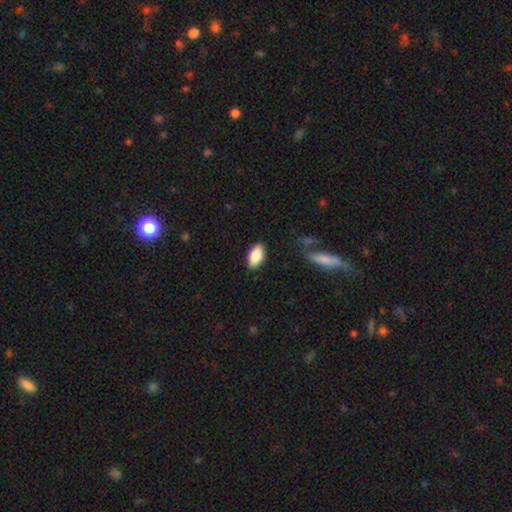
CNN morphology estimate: Smooth or featured? Predicted: smooth (p=0.87). How rounded? Predicted: in between (p=0.93). Merging? Predicted: none (p=0.87).